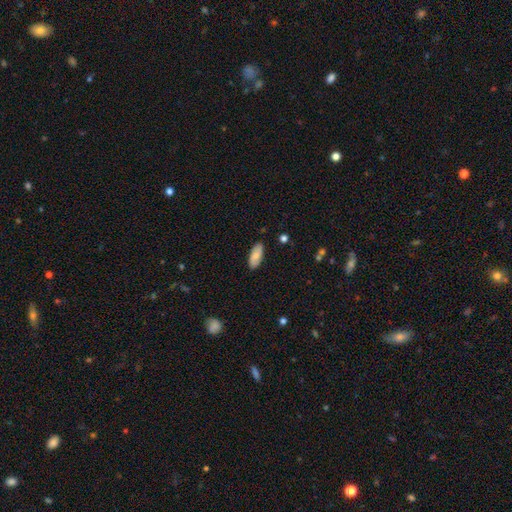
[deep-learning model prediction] A smooth galaxy with no disk features (83%) that is in between round and cigar-shaped (82%).

Vote fractions:
- Smooth or featured? smooth: 83% / featured or disk: 11% / star or artifact: 6%
- How rounded? in between: 82% / cigar-shaped: 16% / round: 2%
- Merging? none: 87% / minor disturbance: 10% / major disturbance: 2% / merger: 1%